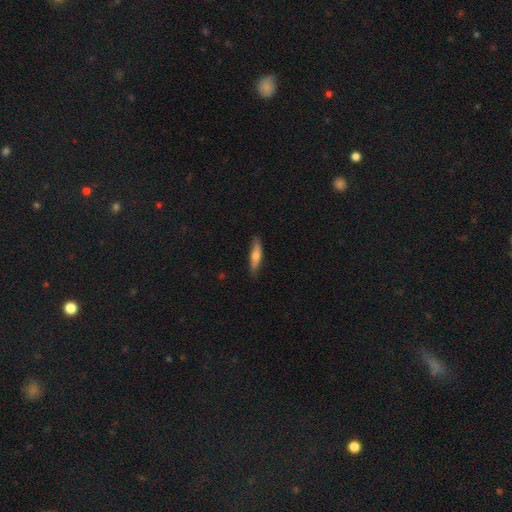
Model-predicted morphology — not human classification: This is likely a smooth galaxy (61%). How rounded: likely cigar-shaped (77%). Merging: clearly none (84%).